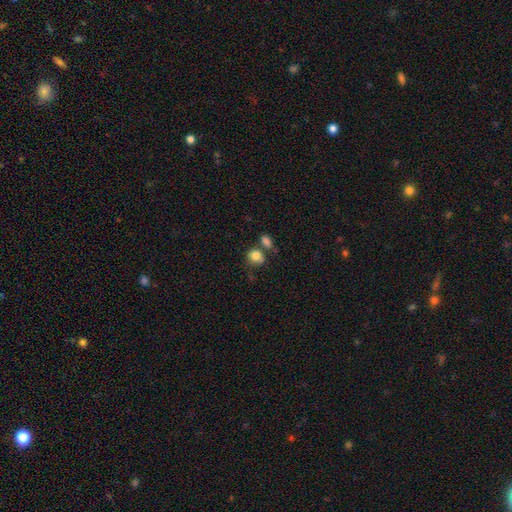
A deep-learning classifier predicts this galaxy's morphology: This appears to be a smooth galaxy with no disk features (82%) that is round (72%). Merging: none (54%).